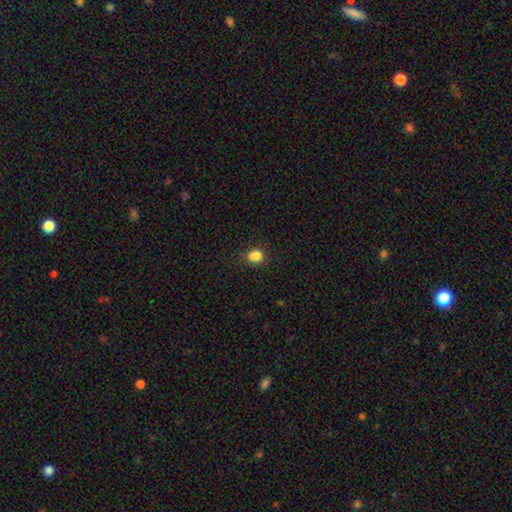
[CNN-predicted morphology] A smooth galaxy with no disk features (84%) that is round (56%).

Vote fractions:
- Smooth or featured? smooth: 84% / star or artifact: 12% / featured or disk: 4%
- How rounded? round: 56% / in between: 43% / cigar-shaped: 1%
- Merging? none: 78% / minor disturbance: 16% / major disturbance: 5% / merger: 2%